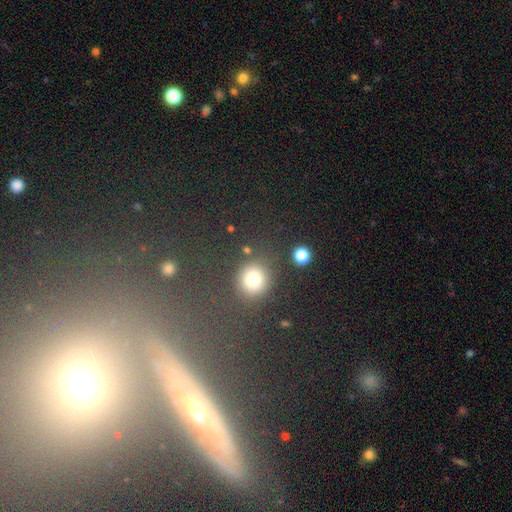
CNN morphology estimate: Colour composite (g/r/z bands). It shows a smooth galaxy with no disk features (68%) that is round (85%). Merging: none (87%).